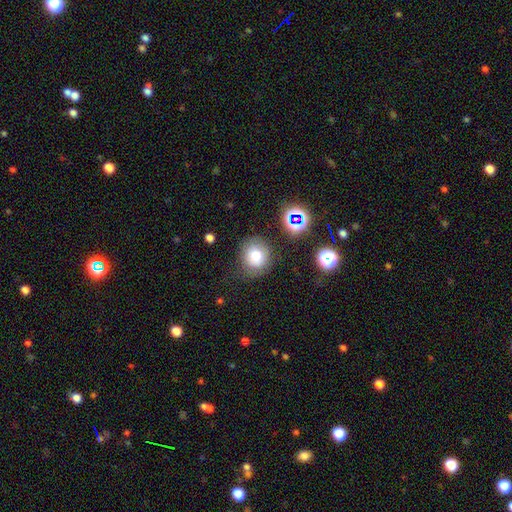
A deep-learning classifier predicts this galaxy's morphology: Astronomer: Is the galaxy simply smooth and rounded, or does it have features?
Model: smooth — 73%.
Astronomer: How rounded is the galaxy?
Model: round — 81%.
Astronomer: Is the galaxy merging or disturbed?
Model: none — 75%.